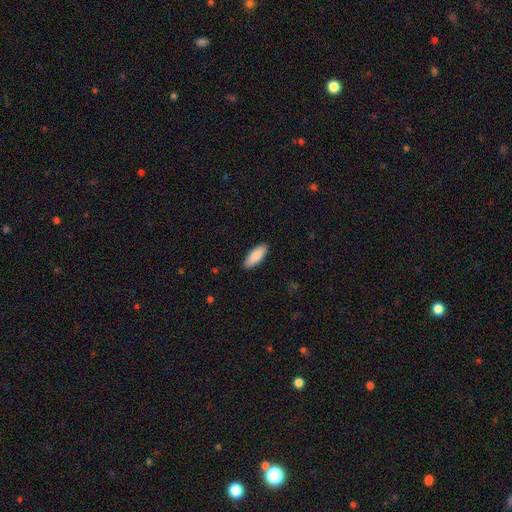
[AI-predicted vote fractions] Smooth or featured?
  - smooth: 89% *
  - featured or disk: 6%
  - star or artifact: 5%
How rounded?
  - in between: 78% *
  - cigar-shaped: 20%
  - round: 2%
Merging?
  - none: 90% *
  - minor disturbance: 7%
  - major disturbance: 2%
  - merger: 1%